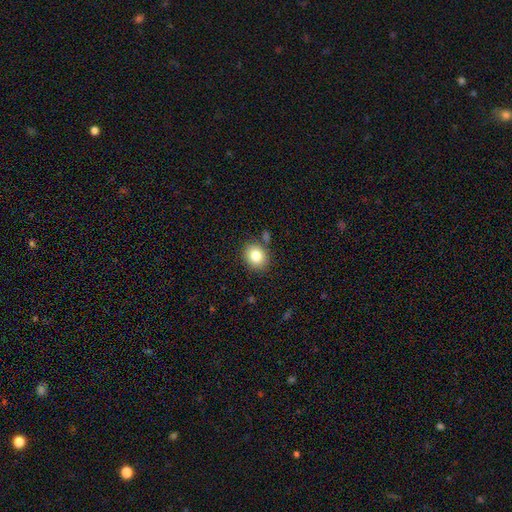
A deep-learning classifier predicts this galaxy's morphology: Smooth or featured? smooth (82%)
How rounded? round (61%)
Merging? none (82%)